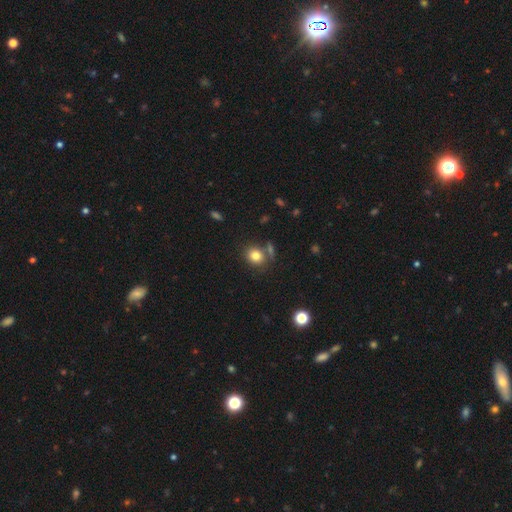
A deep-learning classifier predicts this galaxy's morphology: Q: Smooth or featured?
A: smooth (80%); runner-up: star or artifact (11%)
Q: How rounded?
A: round (68%); runner-up: in between (31%)
Q: Merging?
A: none (71%); runner-up: merger (14%)